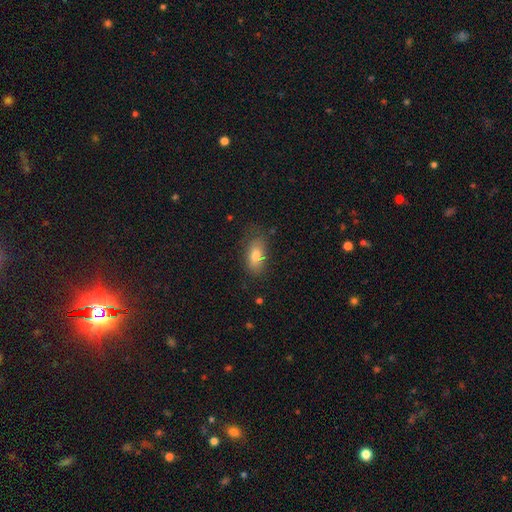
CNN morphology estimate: Smooth or featured: smooth — 77% (featured or disk — 15%)
How rounded: in between — 87% (cigar-shaped — 7%)
Merging: none — 69% (minor disturbance — 22%)